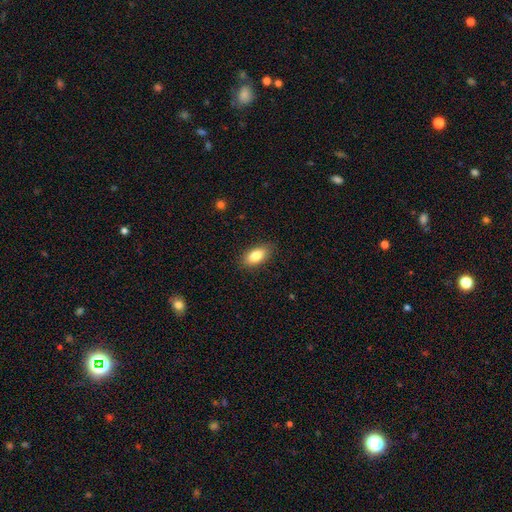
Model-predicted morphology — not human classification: type=smooth (85%); roundness=in between (90%); merging=none (86%).